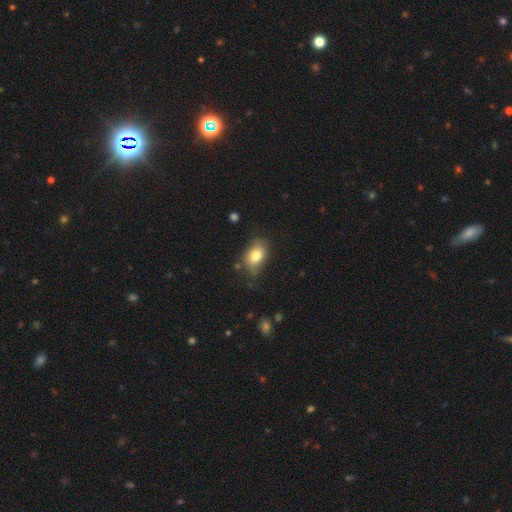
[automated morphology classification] Overall: smooth (79%). How rounded: in between (79%). Merging: none (68%).